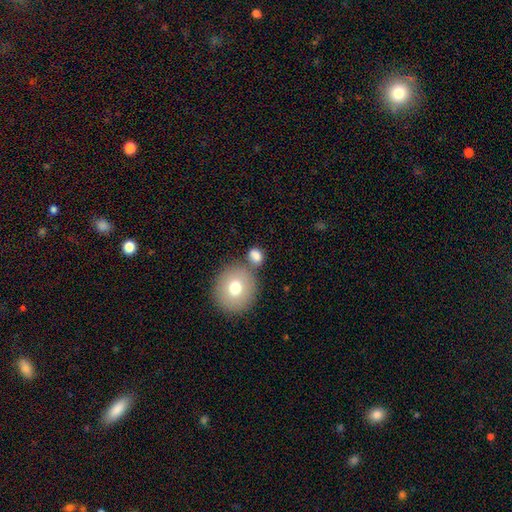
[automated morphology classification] A smooth galaxy with no disk features (81%) that is round (52%). Merging: none (59%).